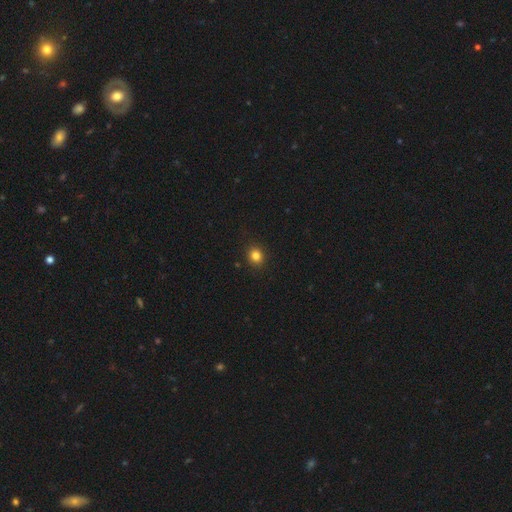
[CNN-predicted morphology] smooth 83%, star or artifact 12%, featured or disk 5%. Down the decision tree: how rounded — round (74%); merging — none (90%).